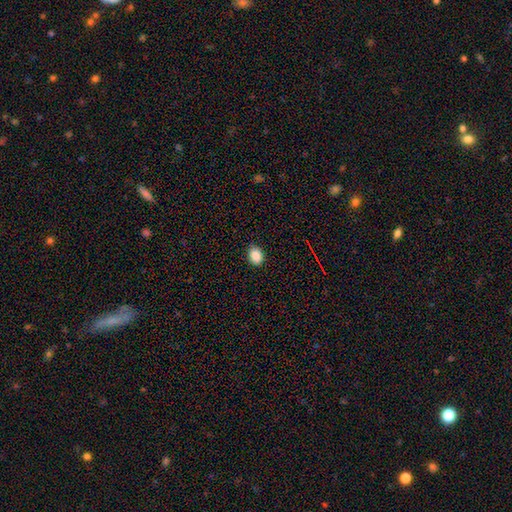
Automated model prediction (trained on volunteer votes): smooth 87%, star or artifact 10%, featured or disk 4%. Down the decision tree: how rounded — in between (65%); merging — none (88%).